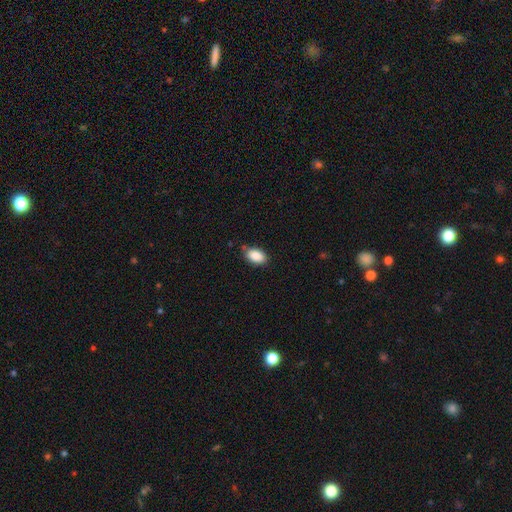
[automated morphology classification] A smooth galaxy with no disk features (89%) that is in between round and cigar-shaped (92%). Merging: none (80%).